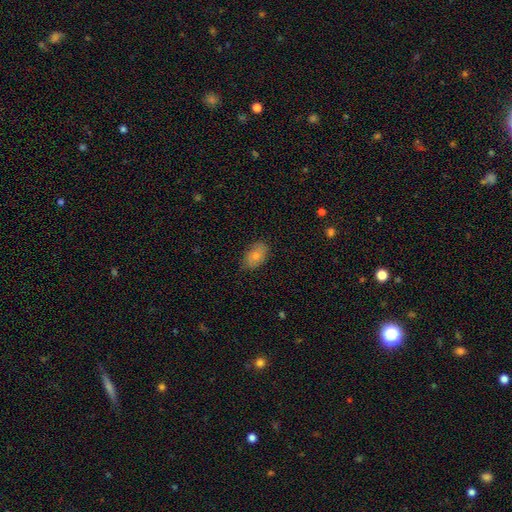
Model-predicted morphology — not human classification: Q: Smooth or featured?
A: smooth (79%); runner-up: featured or disk (14%)
Q: How rounded?
A: in between (89%); runner-up: round (9%)
Q: Merging?
A: none (77%); runner-up: minor disturbance (18%)